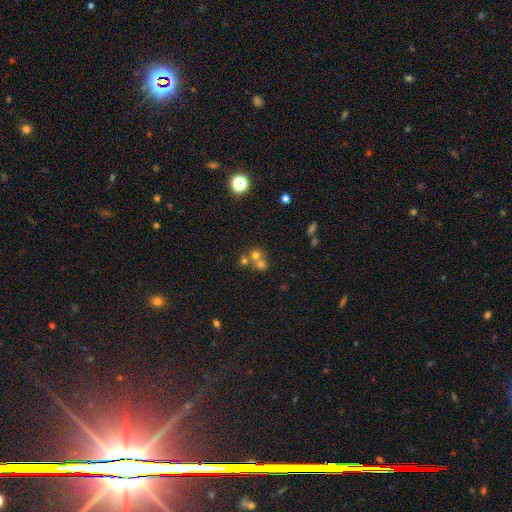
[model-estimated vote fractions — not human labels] This appears to be a smooth galaxy with no disk features (61%) that is round (84%). Merging: merger (54%).